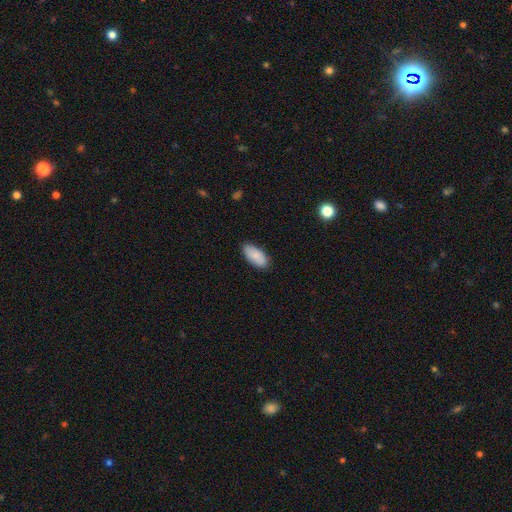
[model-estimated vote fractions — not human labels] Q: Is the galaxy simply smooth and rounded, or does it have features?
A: smooth — 83%.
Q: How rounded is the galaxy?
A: in between — 91%.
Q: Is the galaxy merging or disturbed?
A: none — 84%.